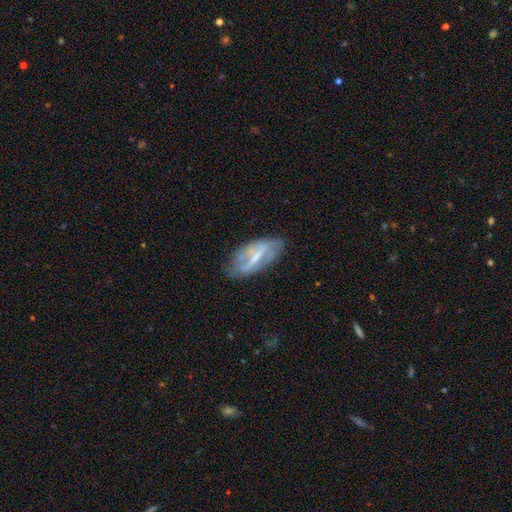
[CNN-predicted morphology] This appears to be a featured or disk galaxy (65%) with a strong bar (56%), spiral arms (53%) and a small central bulge (44%). Merging: none (68%).